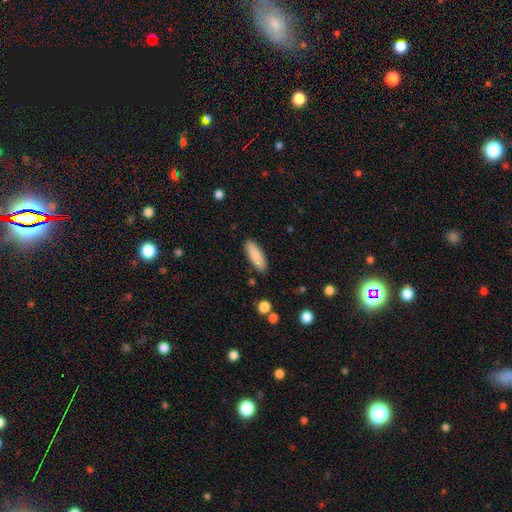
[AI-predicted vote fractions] Q: Smooth or featured?
A: smooth (86%); runner-up: featured or disk (8%)
Q: How rounded?
A: in between (61%); runner-up: cigar-shaped (38%)
Q: Merging?
A: none (87%); runner-up: minor disturbance (10%)